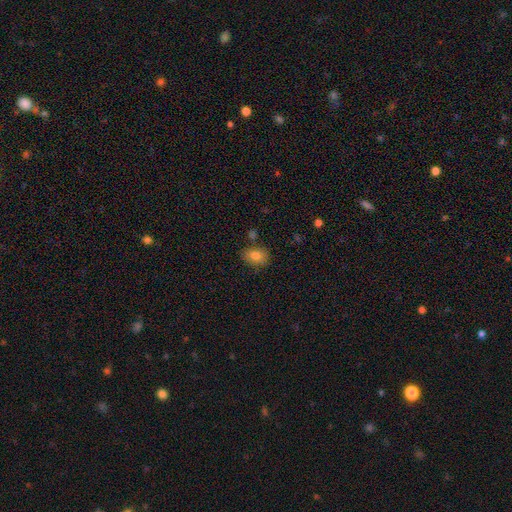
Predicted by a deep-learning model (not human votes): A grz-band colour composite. It shows a smooth galaxy with no disk features (81%) that is in between round and cigar-shaped (69%). Merging: none (79%).